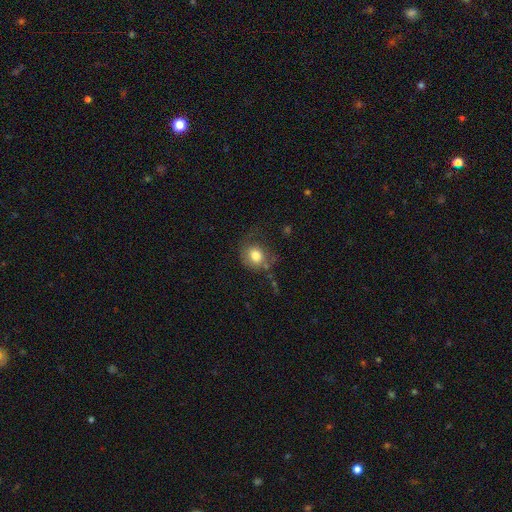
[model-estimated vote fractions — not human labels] Smooth or featured?
  - smooth: 76% *
  - featured or disk: 14%
  - star or artifact: 10%
How rounded?
  - round: 71% *
  - in between: 28%
  - cigar-shaped: 1%
Merging?
  - none: 53% *
  - minor disturbance: 25%
  - major disturbance: 18%
  - merger: 4%